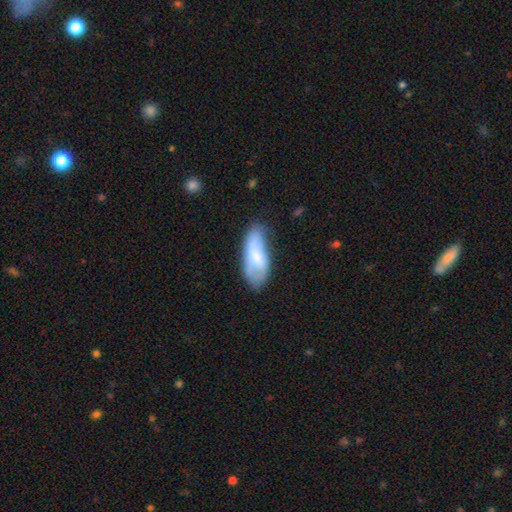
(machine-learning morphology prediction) Smooth or featured? Predicted: smooth (p=0.66). How rounded? Predicted: in between (p=0.82). Merging? Predicted: none (p=0.52).